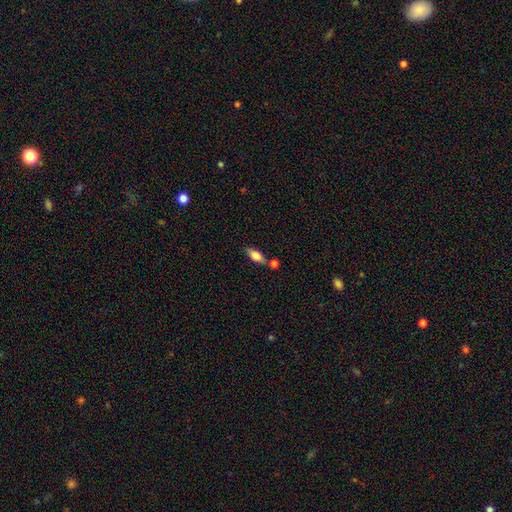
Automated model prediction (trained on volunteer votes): Smooth or featured? Predicted: smooth (p=0.75). How rounded? Predicted: in between (p=0.78). Merging? Predicted: none (p=0.67).